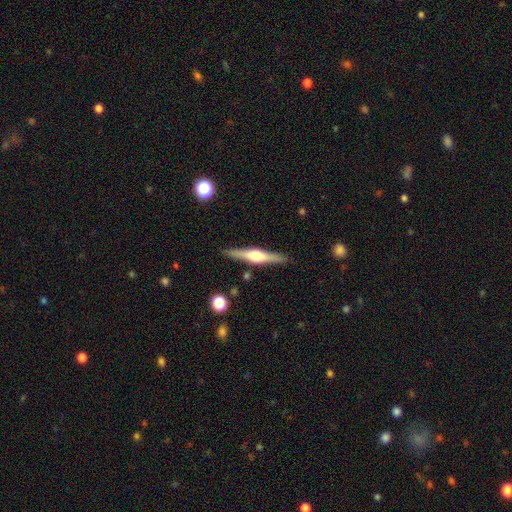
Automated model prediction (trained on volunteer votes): Smooth or featured: featured or disk — 74% (smooth — 21%)
Edge-on disk: yes — 98% (no — 2%)
Edge-on bulge: rounded — 88% (boxy — 9%)
Merging: none — 89% (minor disturbance — 7%)